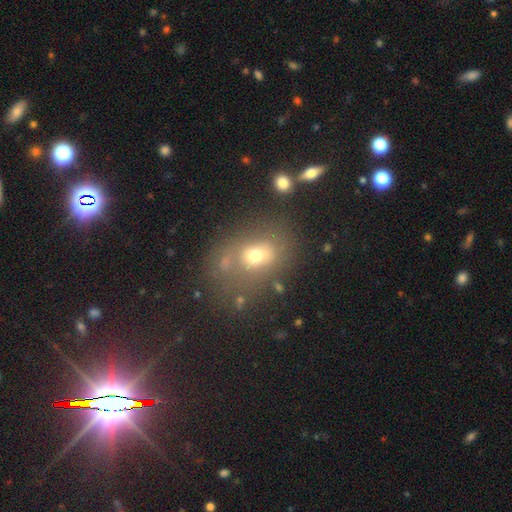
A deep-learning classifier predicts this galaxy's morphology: This appears to be a smooth galaxy with no disk features (65%) that is in between round and cigar-shaped (57%). Merging: none (56%).